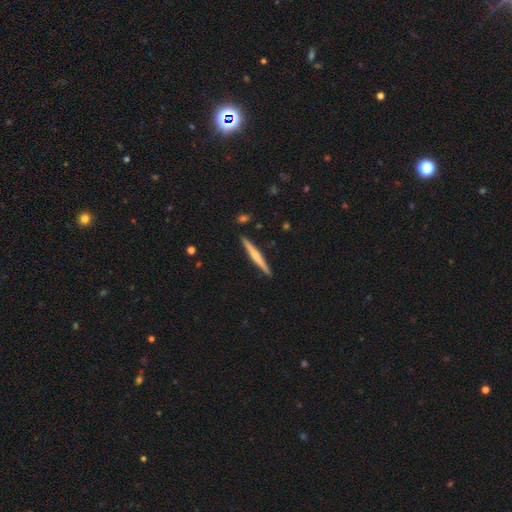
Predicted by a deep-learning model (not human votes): Morphology: type=featured or disk (50%); merging=none (91%).